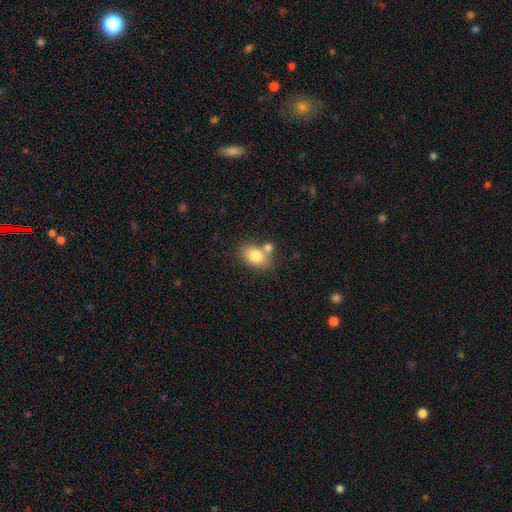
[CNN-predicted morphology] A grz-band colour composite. It shows a smooth galaxy with no disk features (81%) that is in between round and cigar-shaped (73%). Merging: none (57%).